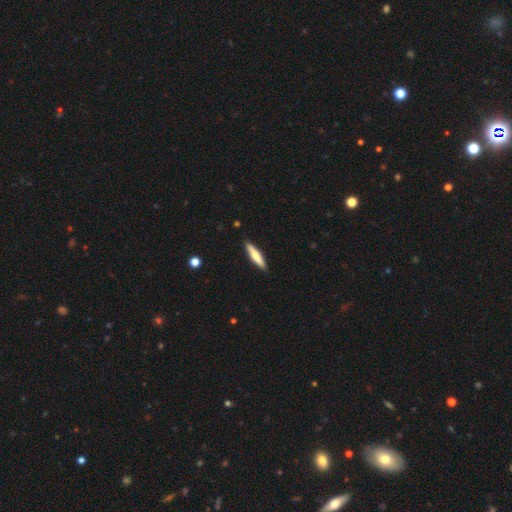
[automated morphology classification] Smooth or featured? smooth (65%)
How rounded? cigar-shaped (84%)
Merging? none (91%)